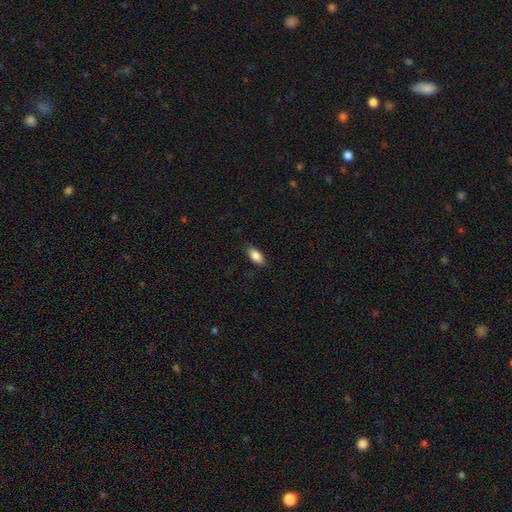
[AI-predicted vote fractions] A smooth galaxy with no disk features (85%) that is in between round and cigar-shaped (89%). Merging: none (85%).